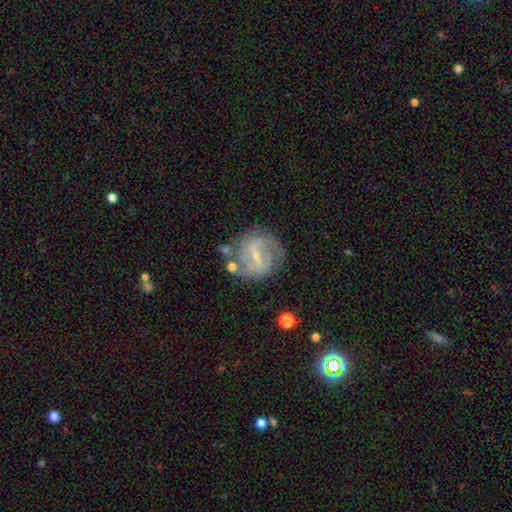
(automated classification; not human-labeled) This is clearly a featured or disk galaxy (80%). It is clearly not viewed edge-on (96%). Bar: possibly weak (45%). Spiral arm pattern: clearly yes (90%). Spiral arm count: likely 2 (77%). Spiral winding: possibly medium (47%). Central bulge: likely small (71%). Merging: likely none (67%).